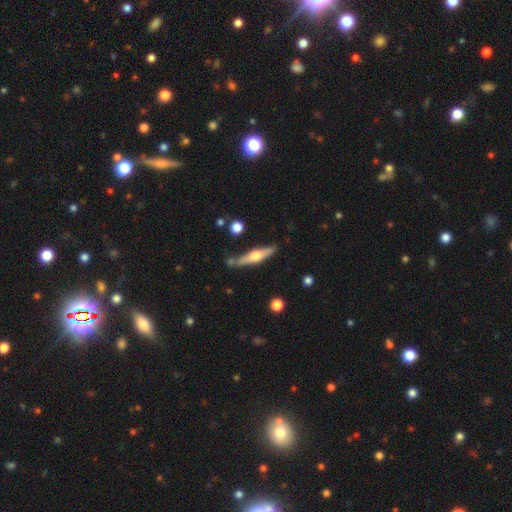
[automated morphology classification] This is possibly a featured or disk galaxy (60%). It is clearly viewed edge-on (95%). Edge-on bulge: clearly rounded (92%). Merging: likely none (77%).